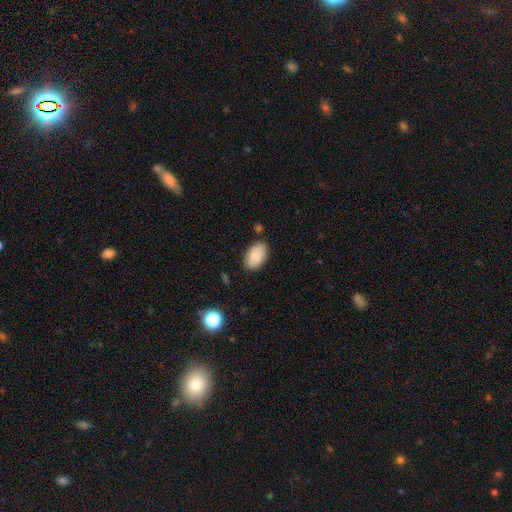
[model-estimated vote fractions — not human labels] Morphology: type=smooth (88%); roundness=in between (94%); merging=none (84%).